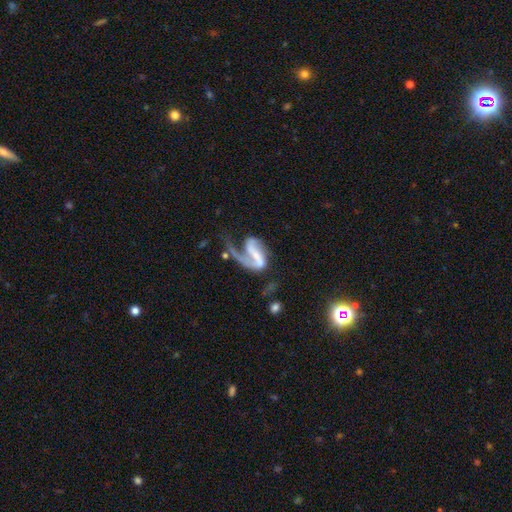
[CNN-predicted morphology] smooth-or-featured: featured or disk: 80% | smooth: 14% | star or artifact: 6%
  disk-edge-on: no: 97% | yes: 3%
    bar: strong: 47% | weak: 32% | no: 21%
    has-spiral-arms: yes: 88% | no: 12%
      spiral-winding: loose: 54% | medium: 34% | tight: 13%
      spiral-arm-count: 1: 47% (tied) | 2: 47% (tied) | can't tell: 3% | 3: 1% | 4: 1% | more than 4: 1%
    bulge-size: small: 39% | none: 31% | moderate: 21% | large: 6% | dominant: 2%
  merging: major disturbance: 50% | none: 25% | minor disturbance: 15% | merger: 9%